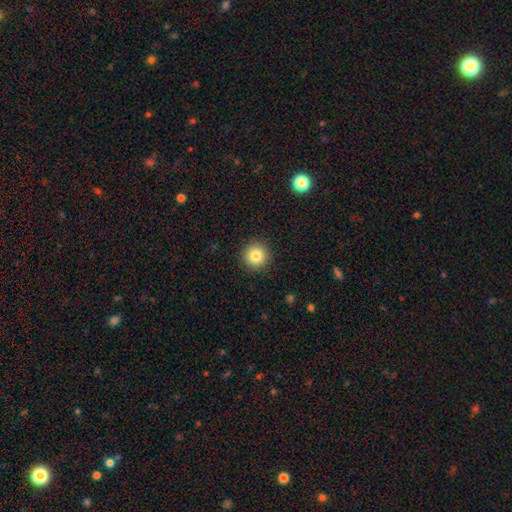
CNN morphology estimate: Overall: smooth (83%). How rounded: round (96%). Merging: none (92%).